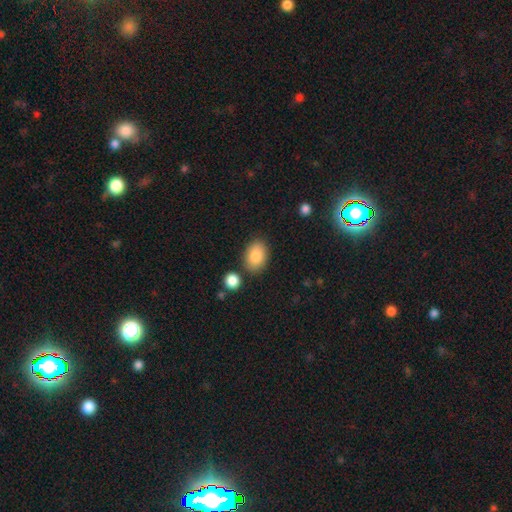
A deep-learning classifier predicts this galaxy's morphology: Smooth or featured?
  - smooth: 86% *
  - star or artifact: 7%
  - featured or disk: 6%
How rounded?
  - in between: 85% *
  - round: 13%
  - cigar-shaped: 1%
Merging?
  - none: 81% *
  - minor disturbance: 11%
  - merger: 5%
  - major disturbance: 3%